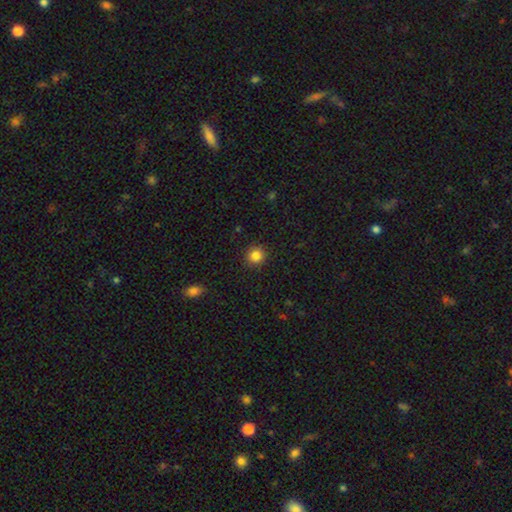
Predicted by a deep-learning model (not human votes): The model was most divided on "smooth or featured": smooth: 85%, star or artifact: 11%, featured or disk: 4%. More confident: how rounded — round (93%); merging — none (91%).